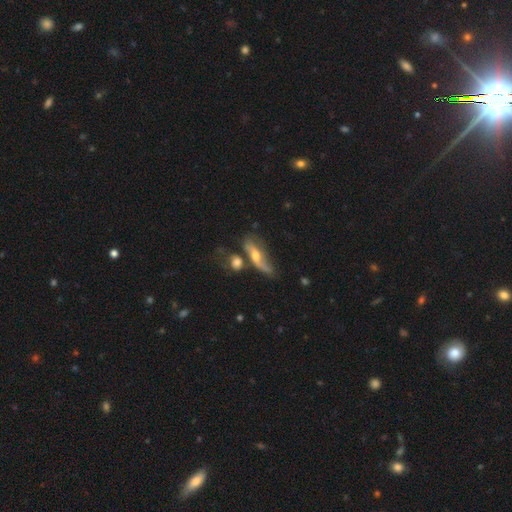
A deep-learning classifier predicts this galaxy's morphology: Smooth or featured?
  - featured or disk: 58% *
  - smooth: 35%
  - star or artifact: 7%
Edge-on disk?
  - no: 65% *
  - yes: 35%
Merging?
  - none: 38% *
  - merger: 24%
  - minor disturbance: 22%
  - major disturbance: 16%